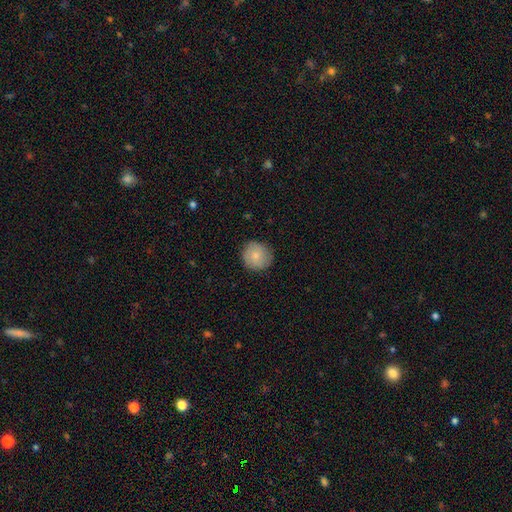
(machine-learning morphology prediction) Smooth or featured? smooth (77%)
How rounded? round (92%)
Merging? none (85%)